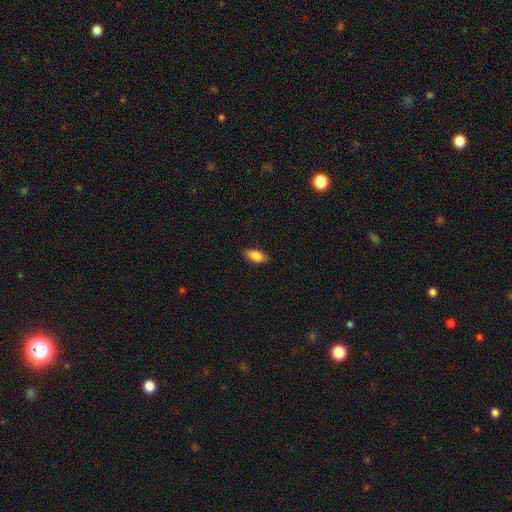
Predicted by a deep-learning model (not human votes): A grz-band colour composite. It shows a smooth galaxy with no disk features (85%) that is in between round and cigar-shaped (85%). Merging: none (84%).